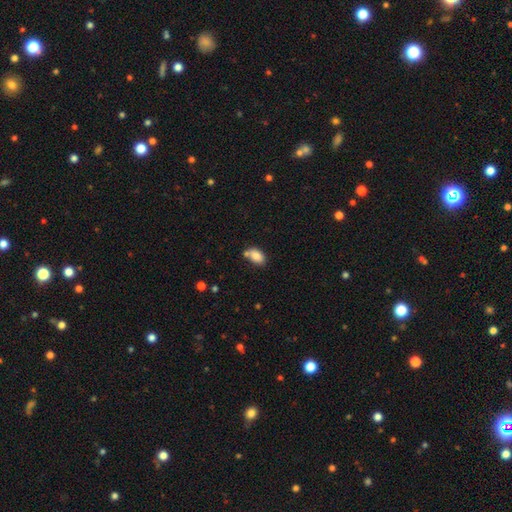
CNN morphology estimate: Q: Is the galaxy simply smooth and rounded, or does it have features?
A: smooth — 84%.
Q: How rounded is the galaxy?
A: in between — 89%.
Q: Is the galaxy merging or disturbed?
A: none — 58%.